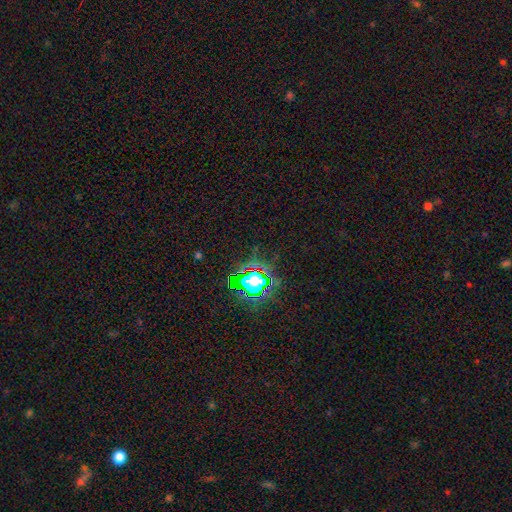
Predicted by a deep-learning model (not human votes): Q: Smooth or featured?
A: star or artifact (75%); runner-up: smooth (16%)